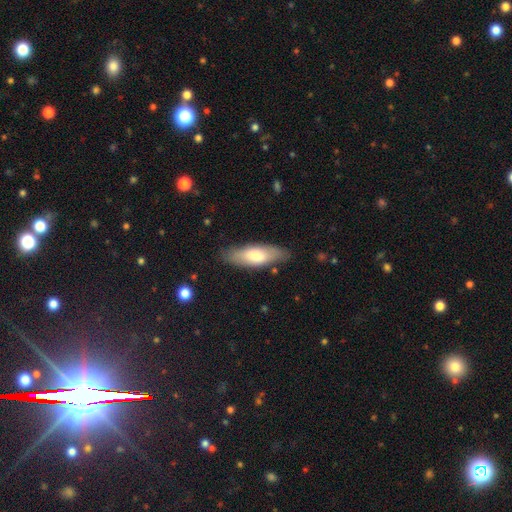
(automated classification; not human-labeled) Overall: smooth (71%). How rounded: in between (60%; cigar-shaped 38%). Merging: none (81%).